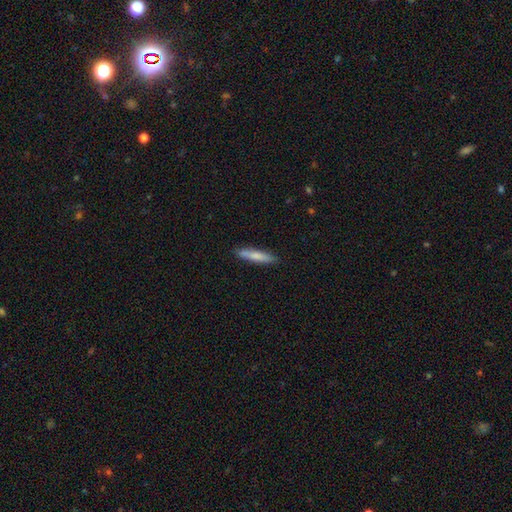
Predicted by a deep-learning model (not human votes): Q: Smooth or featured?
A: smooth (76%); runner-up: featured or disk (18%)
Q: How rounded?
A: cigar-shaped (88%); runner-up: in between (11%)
Q: Merging?
A: none (87%); runner-up: minor disturbance (10%)